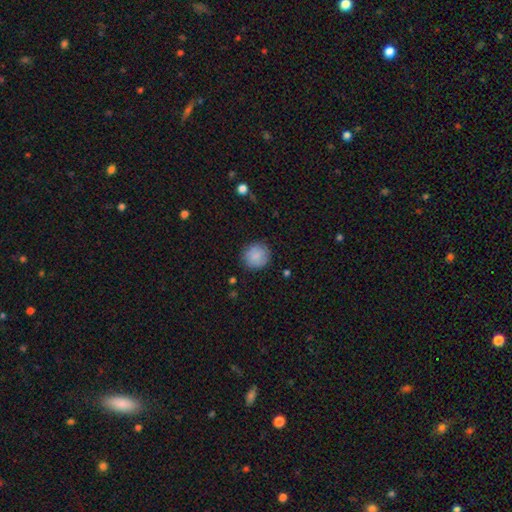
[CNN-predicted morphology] The model was most divided on "merging": none: 86%, minor disturbance: 10%, major disturbance: 3%, merger: 1%. More confident: how rounded — round (91%); smooth or featured — smooth (87%).